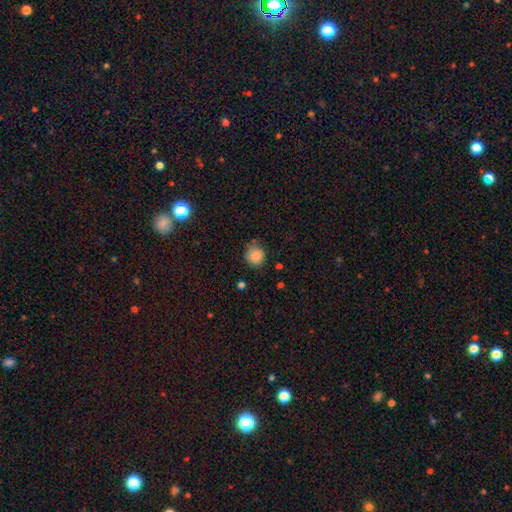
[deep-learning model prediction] A smooth galaxy with no disk features (85%) that is round (87%). Merging: none (73%).